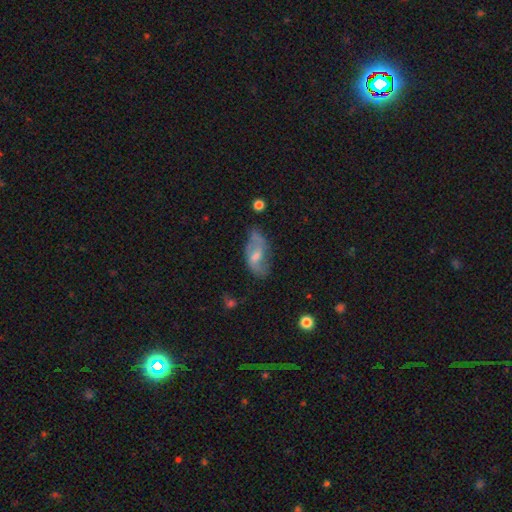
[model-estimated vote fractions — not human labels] Overall: featured or disk (58%; smooth 33%). Edge-on disk: no (90%). Bar: weak (48%; no 38%). Spiral arms: yes (74%). Bulge size: moderate (49%; small 36%). Merging: none (57%; minor disturbance 27%).